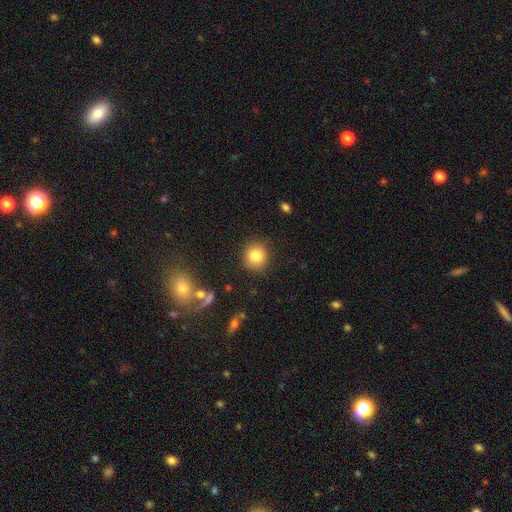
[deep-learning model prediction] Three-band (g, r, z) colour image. It shows a smooth galaxy with no disk features (82%) that is round (87%). Merging: none (88%).